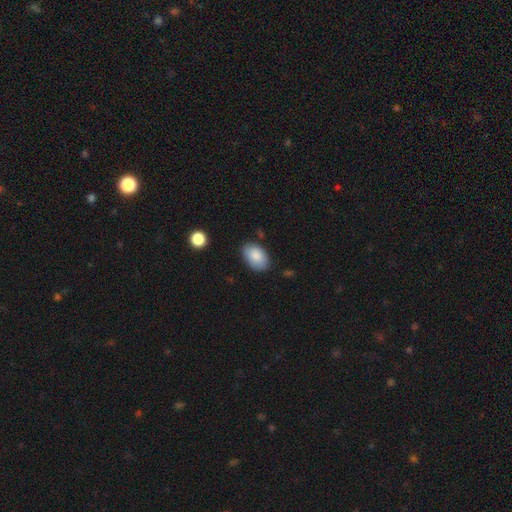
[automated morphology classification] Smooth or featured? smooth (87%)
How rounded? in between (91%)
Merging? none (81%)